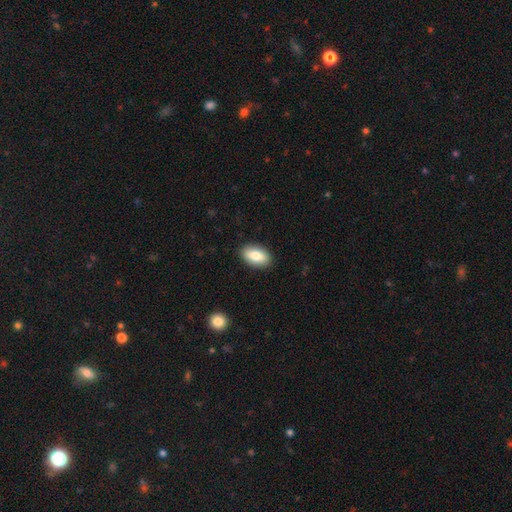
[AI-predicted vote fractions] A smooth galaxy with no disk features (83%) that is in between round and cigar-shaped (92%).

Vote fractions:
- Smooth or featured? smooth: 83% / featured or disk: 11% / star or artifact: 7%
- How rounded? in between: 92% / round: 5% / cigar-shaped: 2%
- Merging? none: 89% / minor disturbance: 8% / major disturbance: 2% / merger: 1%